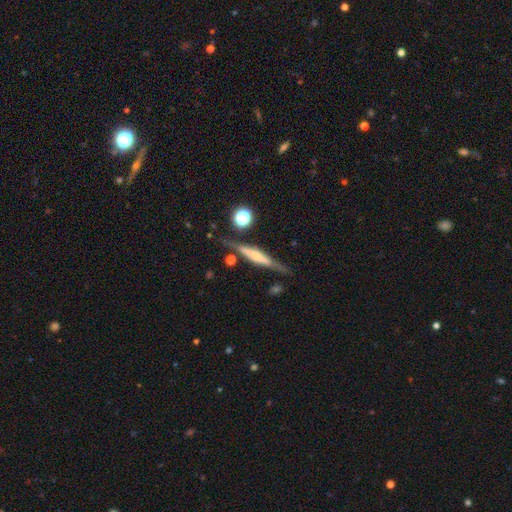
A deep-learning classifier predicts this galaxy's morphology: Smooth or featured?
  - featured or disk: 67% *
  - smooth: 26%
  - star or artifact: 7%
Edge-on disk?
  - yes: 96% *
  - no: 4%
Edge-on bulge?
  - boxy: 43% *
  - rounded: 40%
  - none: 17%
Merging?
  - none: 78% *
  - minor disturbance: 14%
  - merger: 4%
  - major disturbance: 4%